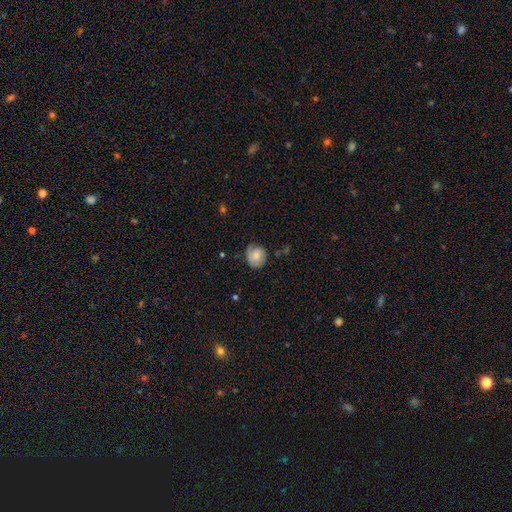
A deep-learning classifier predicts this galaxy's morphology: A smooth galaxy with no disk features (70%) that is round (74%). Merging: none (60%).